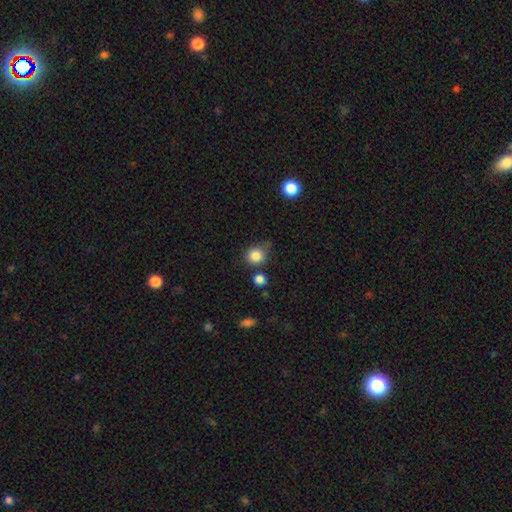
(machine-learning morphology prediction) The model was most divided on "merging": none: 64%, minor disturbance: 20%, merger: 10%, major disturbance: 5%. More confident: how rounded — round (86%); smooth or featured — smooth (84%).